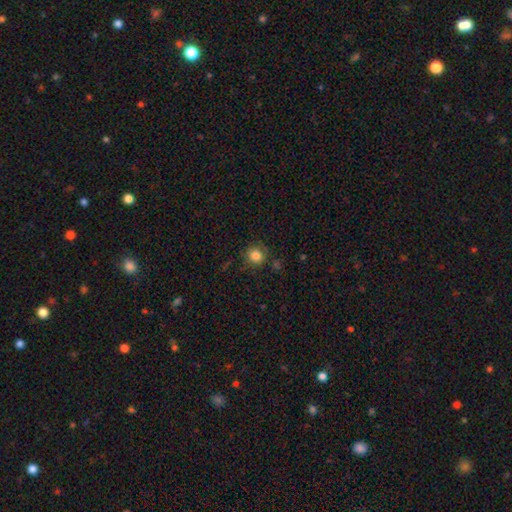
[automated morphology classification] smooth-or-featured: smooth: 82% | star or artifact: 11% | featured or disk: 7%
  how-rounded: round: 88% | in between: 11% | cigar-shaped: 1%
  merging: none: 80% | minor disturbance: 13% | major disturbance: 4% | merger: 3%